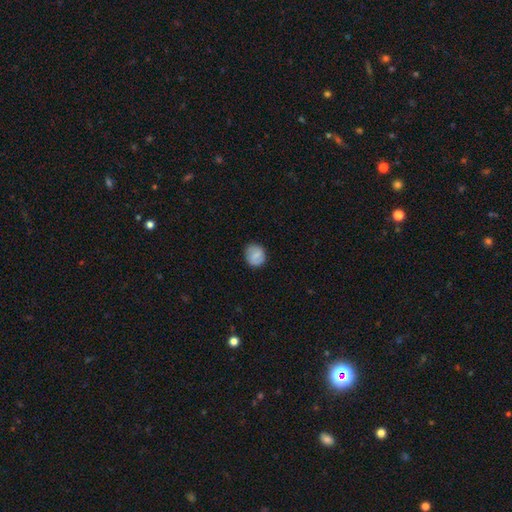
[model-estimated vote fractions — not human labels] A smooth galaxy with no disk features (77%) that is round (77%). Merging: none (85%).